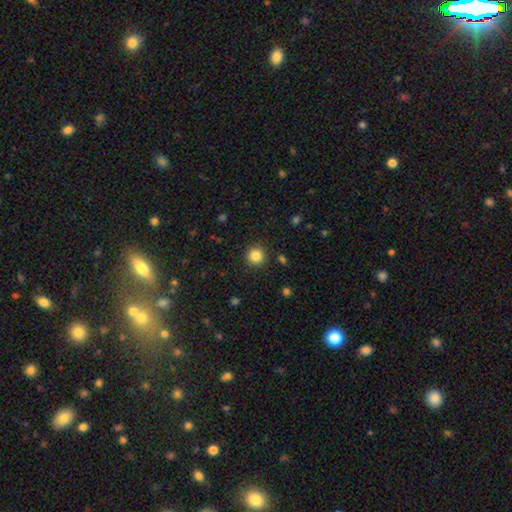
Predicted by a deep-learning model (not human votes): smooth-or-featured: smooth: 84% | star or artifact: 11% | featured or disk: 5%
  how-rounded: round: 94% | in between: 5% | cigar-shaped: 1%
  merging: none: 91% | minor disturbance: 6% | major disturbance: 2% | merger: 1%